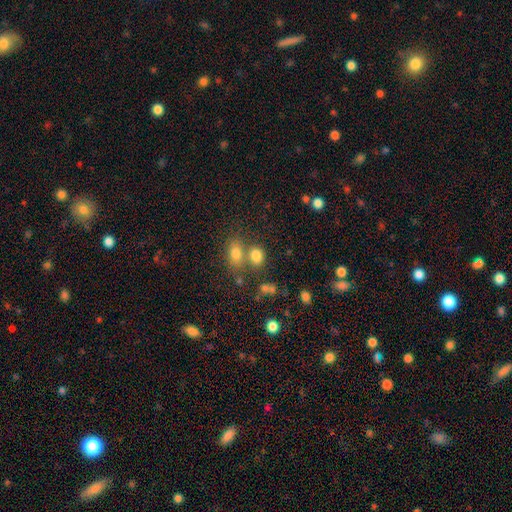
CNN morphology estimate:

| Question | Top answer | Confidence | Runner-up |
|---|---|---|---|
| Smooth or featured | smooth | 78% | star or artifact (13%) |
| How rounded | in between | 58% | round (40%) |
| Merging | none | 49% | merger (37%) |